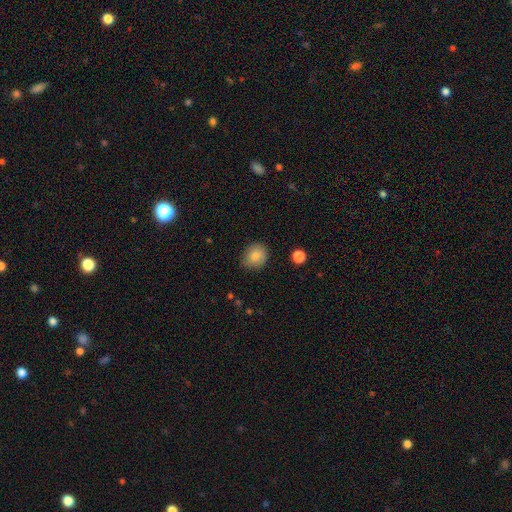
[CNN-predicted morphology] type=smooth (83%); roundness=round (71%); merging=none (79%).